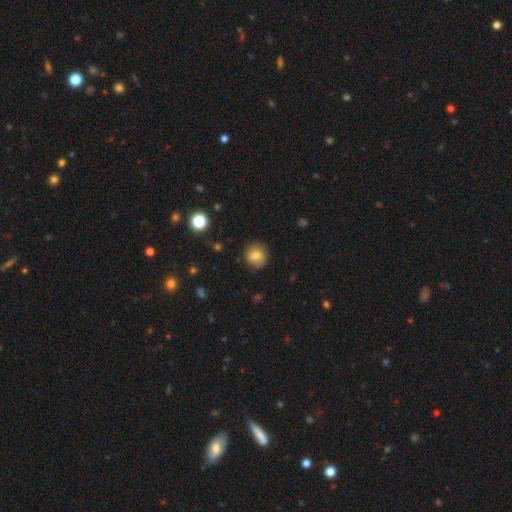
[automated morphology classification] Overall: smooth (78%). How rounded: round (91%). Merging: none (86%).